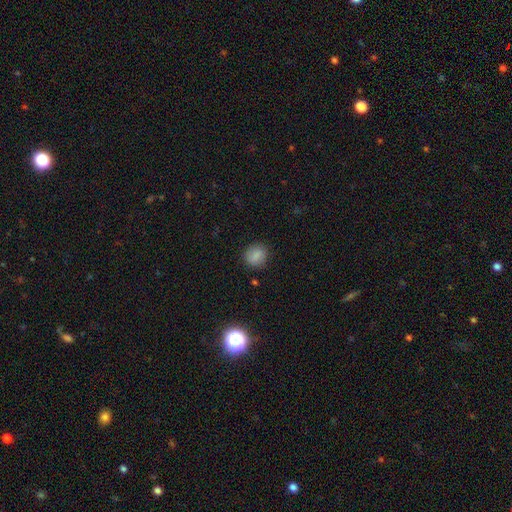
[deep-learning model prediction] A smooth galaxy with no disk features (83%) that is round (78%). Merging: none (85%).